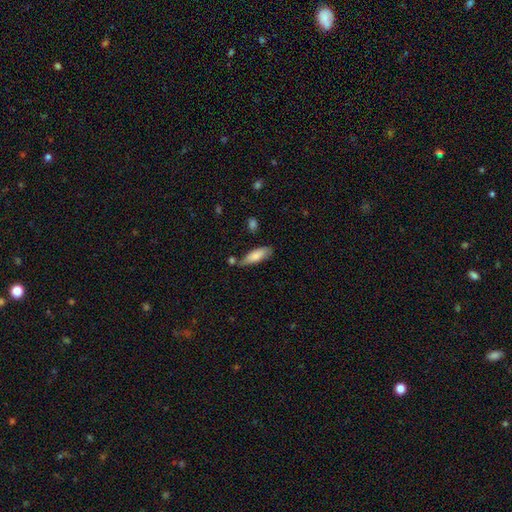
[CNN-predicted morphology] Smooth or featured: smooth — 75% (featured or disk — 19%)
How rounded: in between — 57% (cigar-shaped — 41%)
Merging: none — 59% (minor disturbance — 25%)